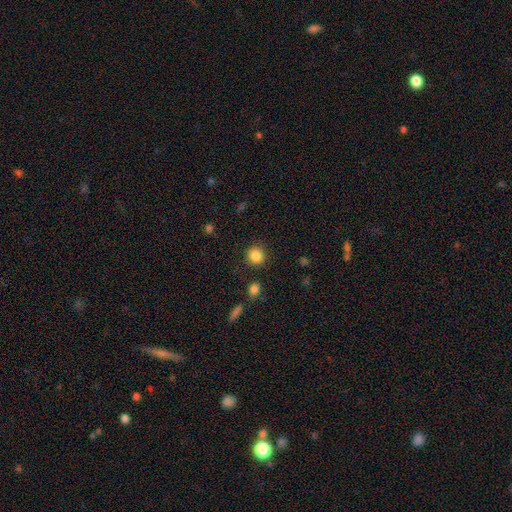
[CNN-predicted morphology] Smooth or featured: smooth — 86% (star or artifact — 10%)
How rounded: round — 89% (in between — 10%)
Merging: none — 87% (minor disturbance — 7%)